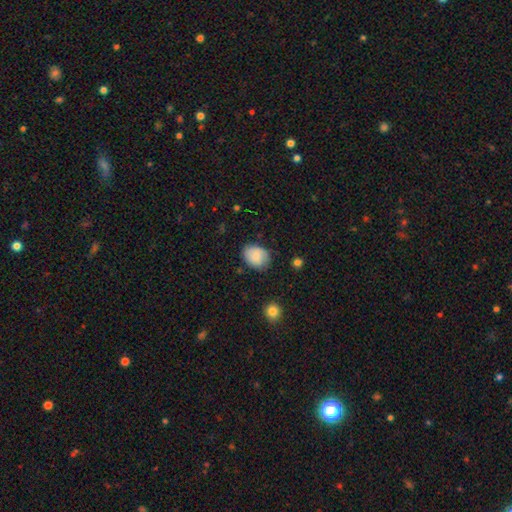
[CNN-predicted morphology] type=smooth (74%); roundness=in between (60%); merging=none (72%).